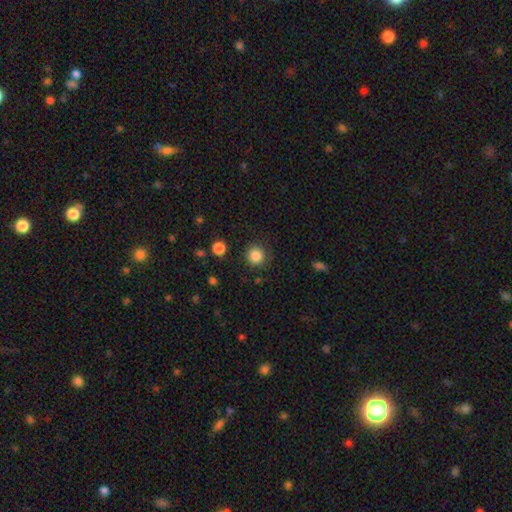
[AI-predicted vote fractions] smooth_or_featured: smooth (p=0.85) [alt: star or artifact p=0.11]
how_rounded: round (p=0.93) [alt: in between p=0.06]
merging: none (p=0.88) [alt: minor disturbance p=0.08]